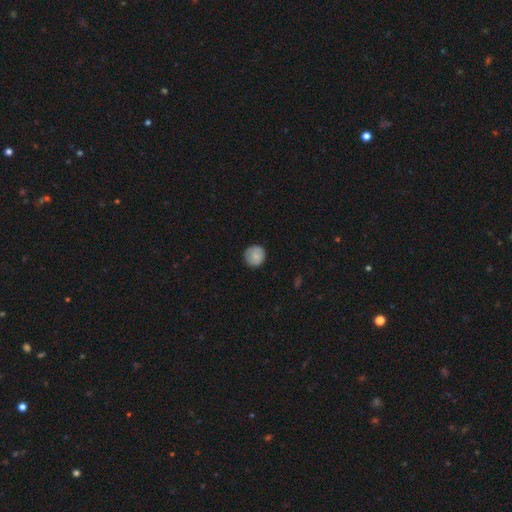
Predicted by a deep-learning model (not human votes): Q: Smooth or featured?
A: smooth (77%); runner-up: featured or disk (16%)
Q: How rounded?
A: round (92%); runner-up: in between (7%)
Q: Merging?
A: none (86%); runner-up: minor disturbance (11%)